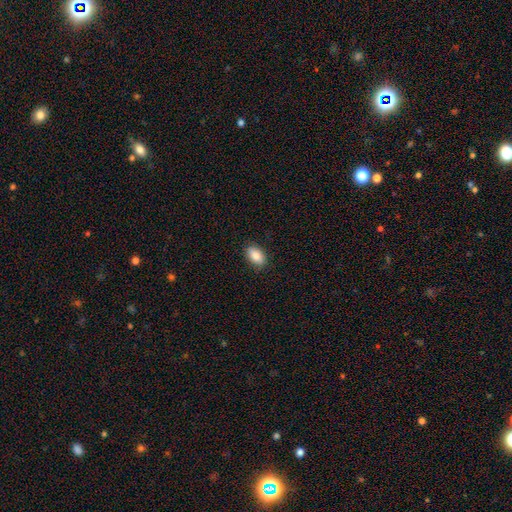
A smooth galaxy with no disk features (84%) that is in between round and cigar-shaped (97%).

Vote fractions:
- Smooth or featured? smooth: 84% / featured or disk: 14% / star or artifact: 3%
- How rounded? in between: 97% / round: 3% / cigar-shaped: 0%
- Merging? none: 97% / major disturbance: 3% / minor disturbance: 0% / merger: 0%